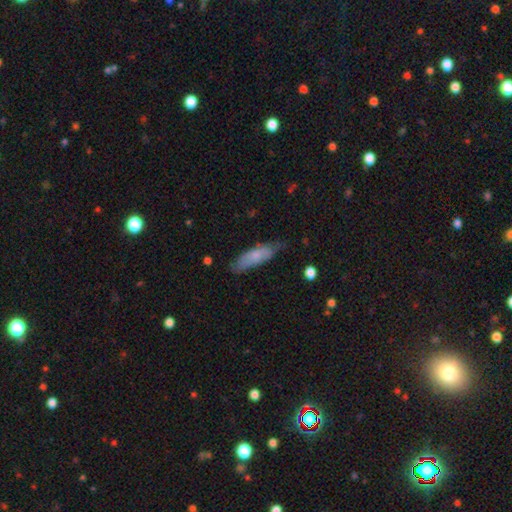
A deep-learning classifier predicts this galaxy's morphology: Overall: smooth (72%). How rounded: in between (53%; cigar-shaped 45%). Merging: none (58%; minor disturbance 32%).